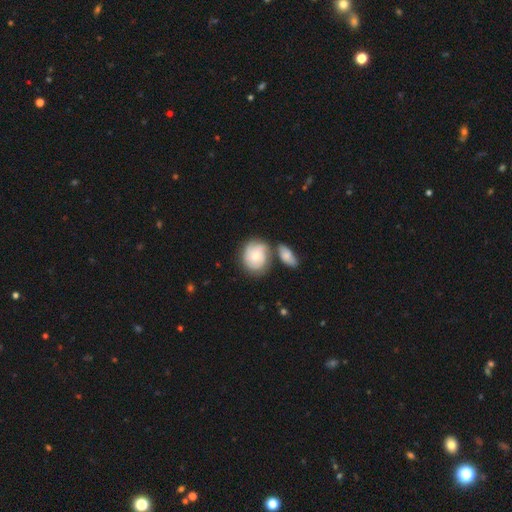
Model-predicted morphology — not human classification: Q: Smooth or featured?
A: featured or disk (50%); runner-up: smooth (43%)
Q: Edge-on disk?
A: no (97%); runner-up: yes (3%)
Q: Merging?
A: none (50%); runner-up: merger (26%)